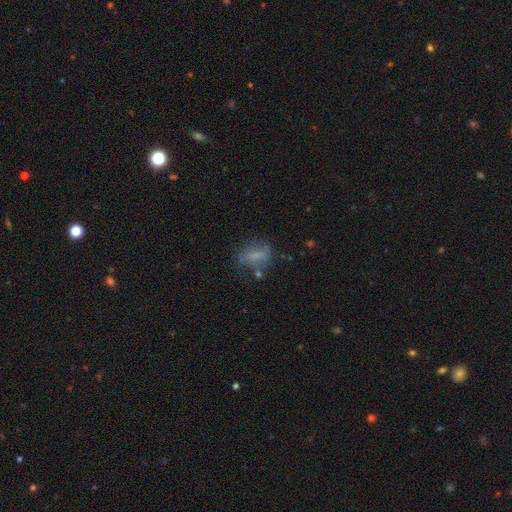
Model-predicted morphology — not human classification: This appears to be a smooth galaxy with no disk features (54%) that is in between round and cigar-shaped (69%). Merging: none (48%).